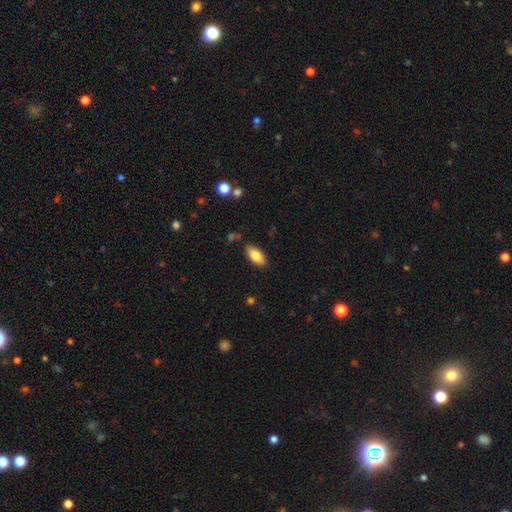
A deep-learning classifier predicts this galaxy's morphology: type=smooth (82%); roundness=in between (92%); merging=none (84%).